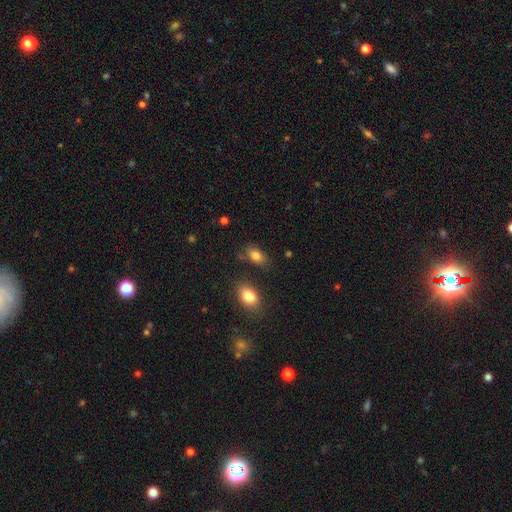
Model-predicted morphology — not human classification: The model was most divided on "merging": none: 72%, minor disturbance: 17%, merger: 6%, major disturbance: 5%. More confident: how rounded — in between (88%); smooth or featured — smooth (83%).